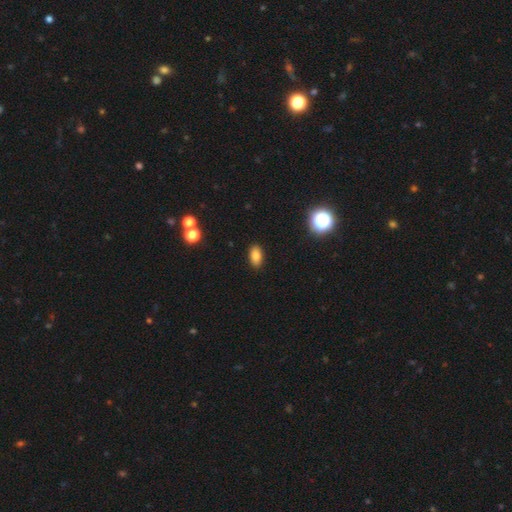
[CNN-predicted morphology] Smooth or featured: smooth — 81% (star or artifact — 12%)
How rounded: in between — 90% (round — 7%)
Merging: none — 89% (minor disturbance — 7%)